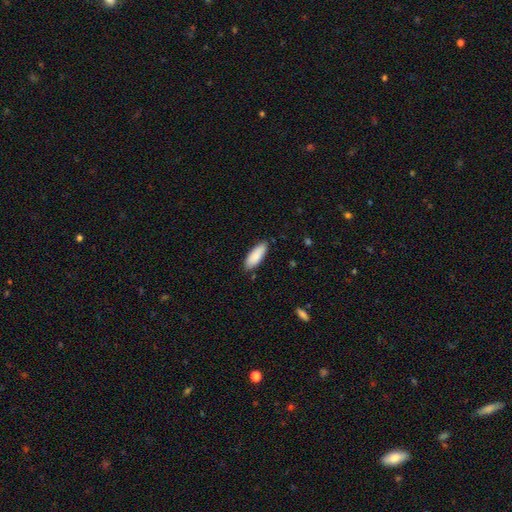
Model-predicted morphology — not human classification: Smooth or featured: smooth — 87% (featured or disk — 7%)
How rounded: in between — 69% (cigar-shaped — 30%)
Merging: none — 84% (minor disturbance — 13%)